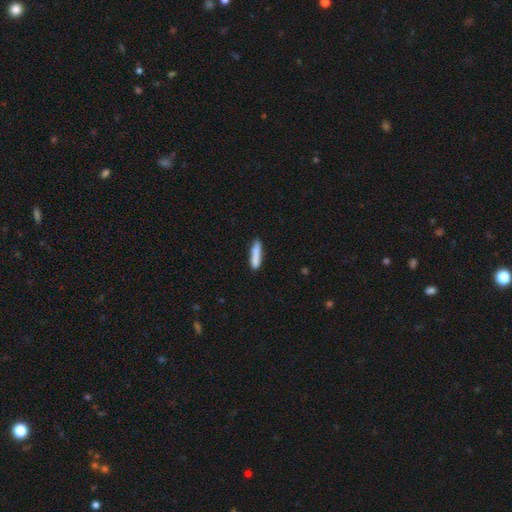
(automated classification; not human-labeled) A smooth galaxy with no disk features (84%) that is cigar-shaped (86%). Merging: none (81%).